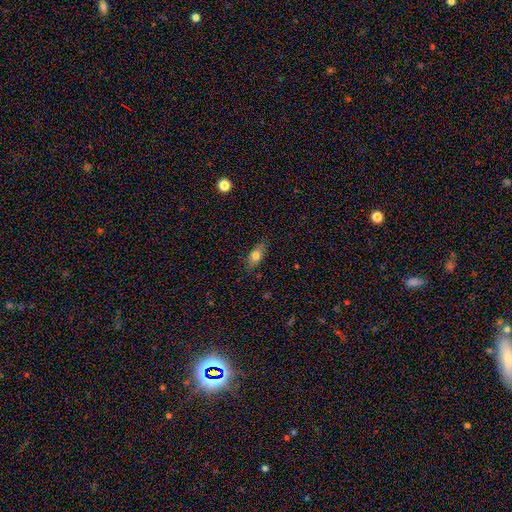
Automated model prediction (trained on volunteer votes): smooth_or_featured: smooth (p=0.70) [alt: featured or disk p=0.22]
how_rounded: in between (p=0.78) [alt: cigar-shaped p=0.17]
merging: none (p=0.81) [alt: minor disturbance p=0.15]